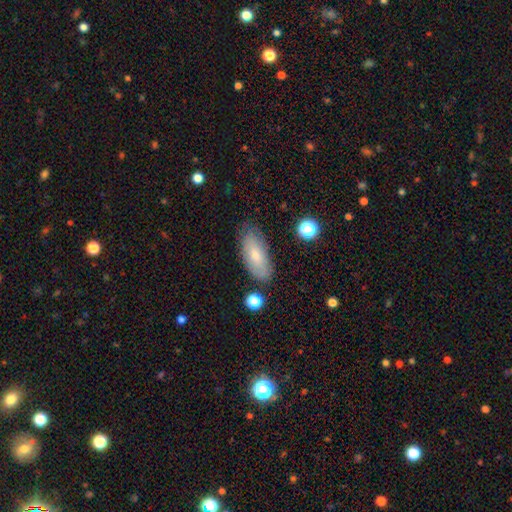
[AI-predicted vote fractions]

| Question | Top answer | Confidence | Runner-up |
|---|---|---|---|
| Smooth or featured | smooth | 67% | featured or disk (25%) |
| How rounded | in between | 84% | cigar-shaped (13%) |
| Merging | none | 77% | minor disturbance (17%) |